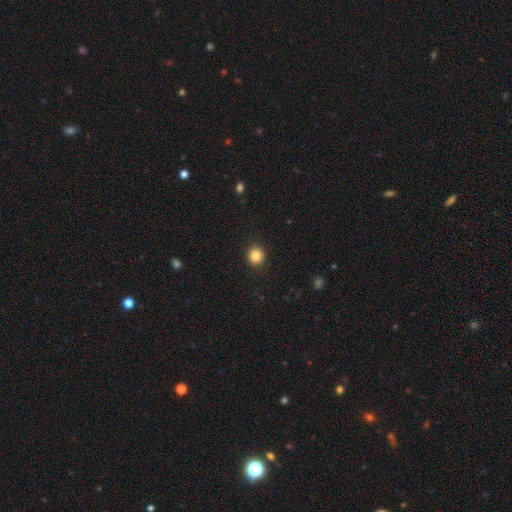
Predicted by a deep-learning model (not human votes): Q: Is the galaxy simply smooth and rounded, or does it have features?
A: smooth — 86%.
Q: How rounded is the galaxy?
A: round — 89%.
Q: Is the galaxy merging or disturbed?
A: none — 92%.